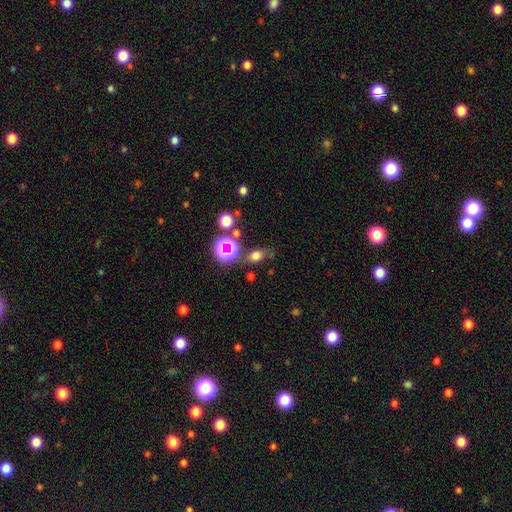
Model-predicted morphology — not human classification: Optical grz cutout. It shows a smooth galaxy with no disk features (67%) that is in between round and cigar-shaped (59%). Merging: none (66%).